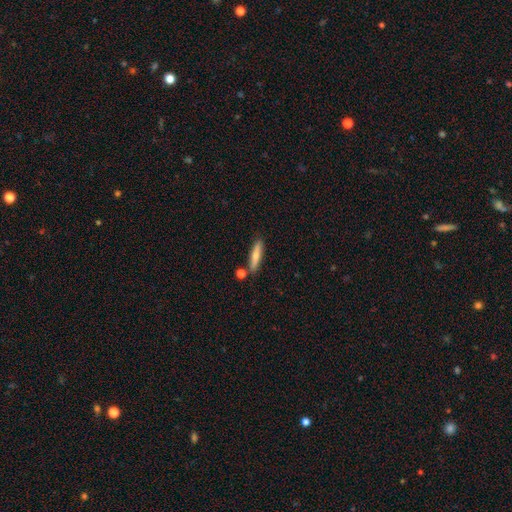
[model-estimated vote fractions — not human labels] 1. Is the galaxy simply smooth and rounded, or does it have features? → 61% smooth, 33% featured or disk, 6% star or artifact.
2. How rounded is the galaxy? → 82% cigar-shaped, 15% in between, 2% round.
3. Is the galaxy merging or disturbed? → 79% none, 11% minor disturbance, 8% merger, 2% major disturbance.